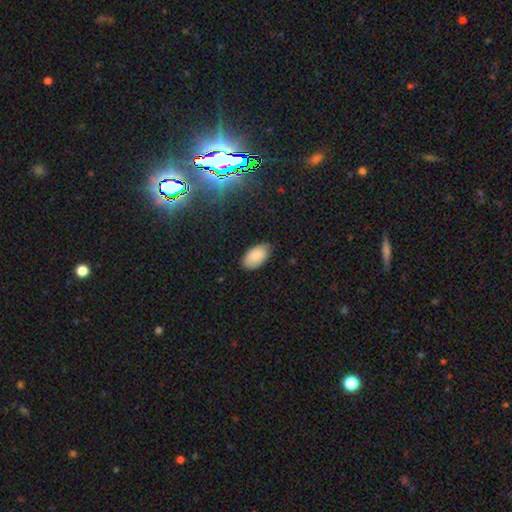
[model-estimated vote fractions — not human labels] smooth-or-featured: smooth: 87% | star or artifact: 7% | featured or disk: 6%
  how-rounded: in between: 95% | round: 3% | cigar-shaped: 2%
  merging: none: 77% | minor disturbance: 19% | major disturbance: 3% | merger: 1%